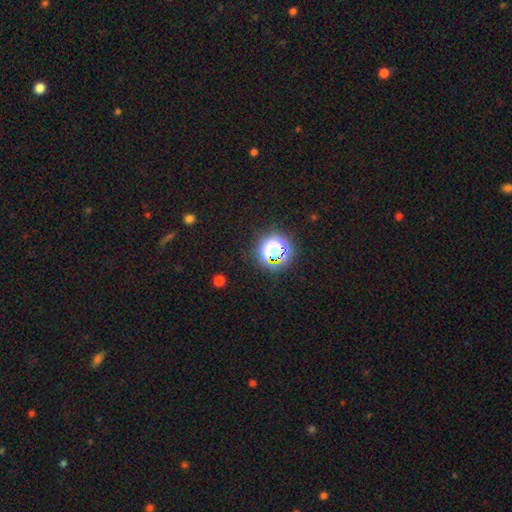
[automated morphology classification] A star or artifact, not a galaxy (79%).

Vote fractions:
- Smooth or featured? star or artifact: 79% / smooth: 15% / featured or disk: 6%